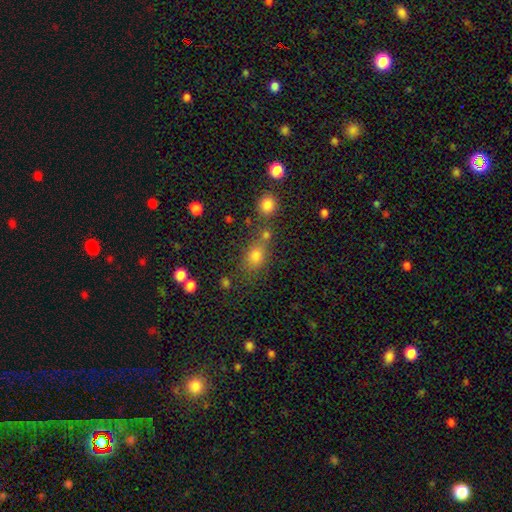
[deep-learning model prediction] Smooth or featured? Predicted: smooth (p=0.75). How rounded? Predicted: in between (p=0.51). Merging? Predicted: none (p=0.55).